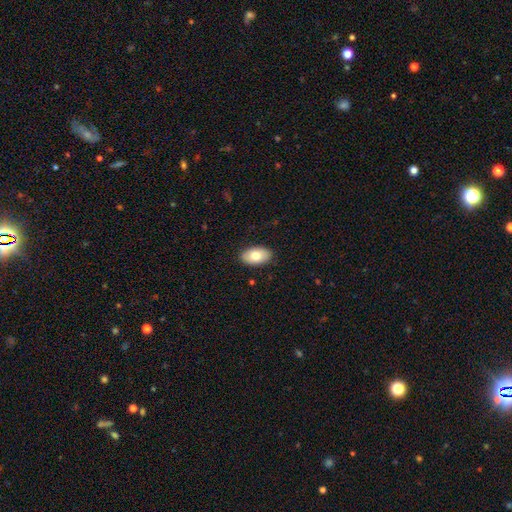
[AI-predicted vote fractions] The model was most divided on "smooth or featured": smooth: 77%, featured or disk: 17%, star or artifact: 6%. More confident: how rounded — in between (94%); merging — none (89%).